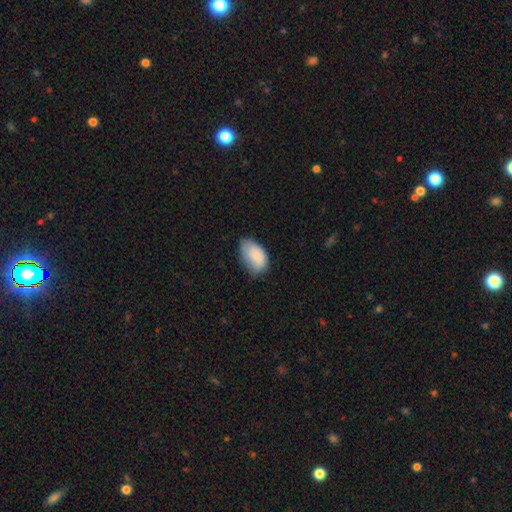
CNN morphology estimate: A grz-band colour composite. It shows a smooth galaxy with no disk features (84%) that is in between round and cigar-shaped (91%). Merging: none (53%).